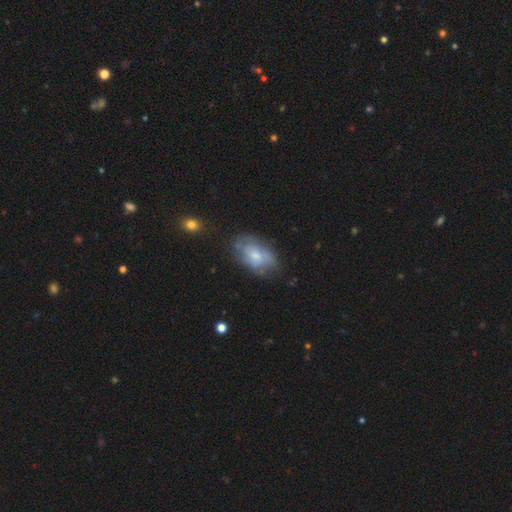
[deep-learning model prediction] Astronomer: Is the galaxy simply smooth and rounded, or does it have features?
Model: smooth — 48% (runner-up: featured or disk, 44%).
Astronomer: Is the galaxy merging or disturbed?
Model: none — 60%.